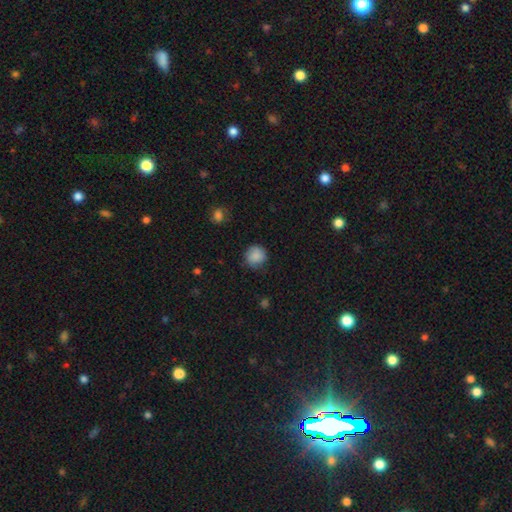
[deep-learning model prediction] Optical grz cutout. It shows a smooth galaxy with no disk features (85%) that is round (90%). Merging: none (80%).